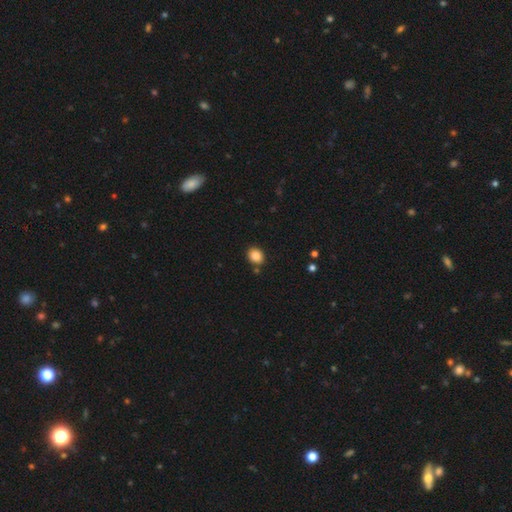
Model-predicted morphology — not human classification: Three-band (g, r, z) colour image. It shows a smooth galaxy with no disk features (85%) that is round (61%). Merging: none (85%).